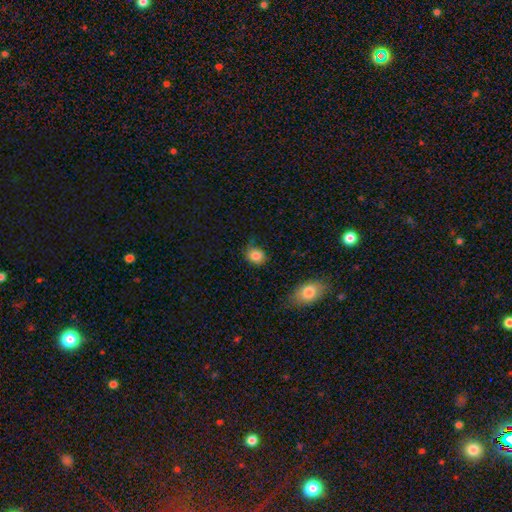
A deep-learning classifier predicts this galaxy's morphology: smooth 83%, star or artifact 9%, featured or disk 7%. Down the decision tree: how rounded — round (65%); merging — none (60%).